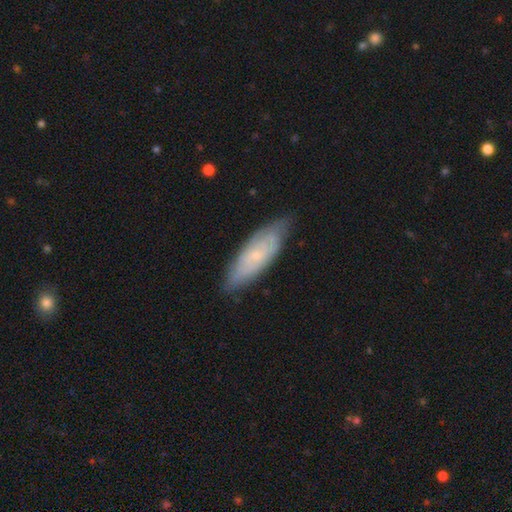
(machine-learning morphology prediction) type=featured or disk (53%); edge-on=no (78%); merging=none (76%).